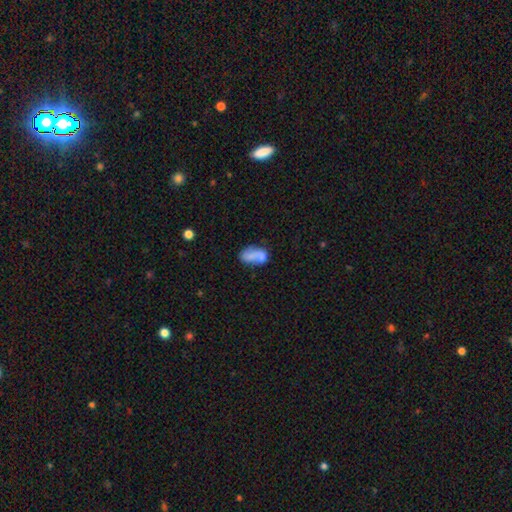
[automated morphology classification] smooth-or-featured: smooth: 59% | featured or disk: 32% | star or artifact: 9%
  how-rounded: in between: 88% | round: 9% | cigar-shaped: 3%
  merging: merger: 35% | none: 32% | minor disturbance: 20% | major disturbance: 13%